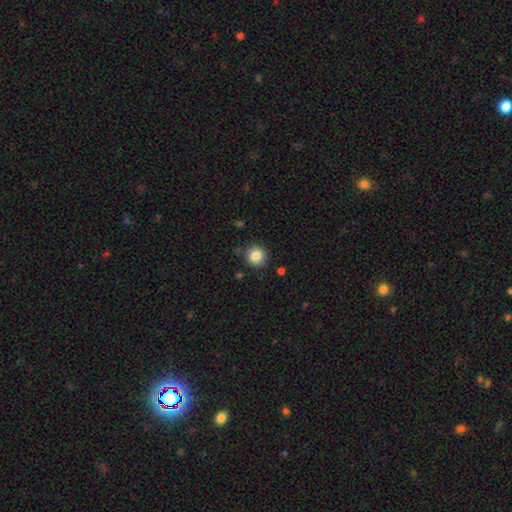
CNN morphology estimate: Smooth or featured?
  - smooth: 85% *
  - star or artifact: 10%
  - featured or disk: 5%
How rounded?
  - round: 93% *
  - in between: 6%
  - cigar-shaped: 1%
Merging?
  - none: 88% *
  - minor disturbance: 8%
  - major disturbance: 2%
  - merger: 2%